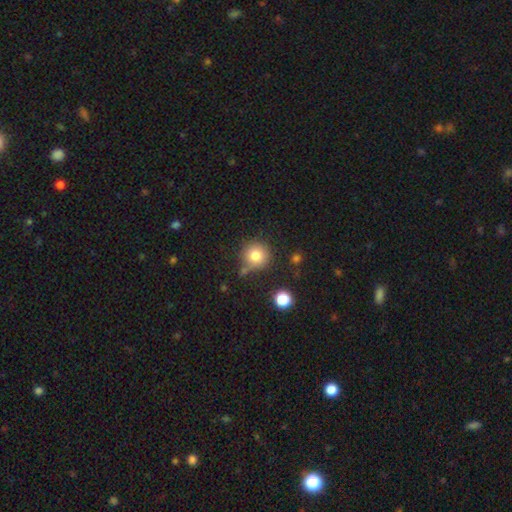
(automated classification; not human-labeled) smooth_or_featured: smooth (p=0.80) [alt: star or artifact p=0.12]
how_rounded: round (p=0.94) [alt: in between p=0.05]
merging: none (p=0.70) [alt: minor disturbance p=0.15]